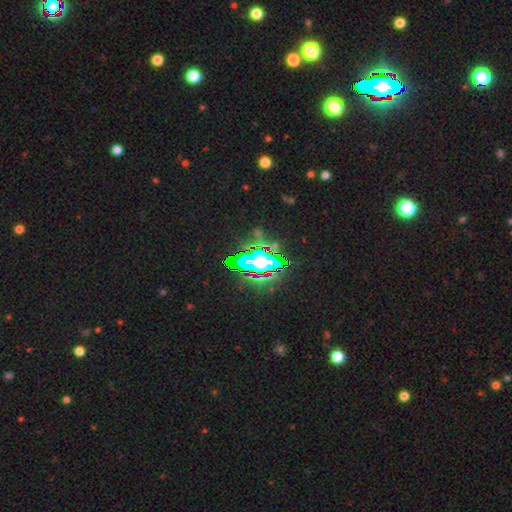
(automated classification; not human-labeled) Smooth or featured? Predicted: star or artifact (p=0.83).